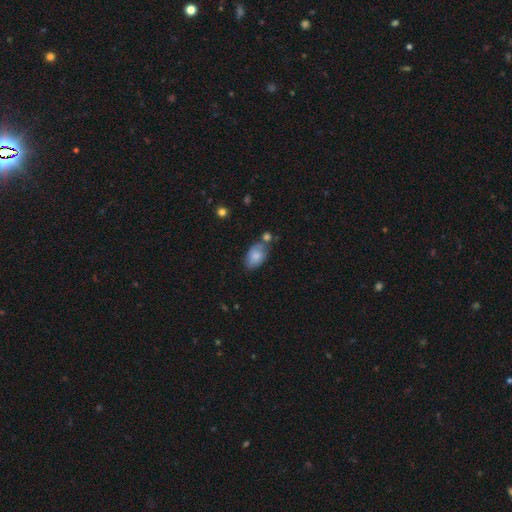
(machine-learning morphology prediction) smooth 77%, featured or disk 16%, star or artifact 8%. Down the decision tree: how rounded — in between (91%); merging — none (49%).